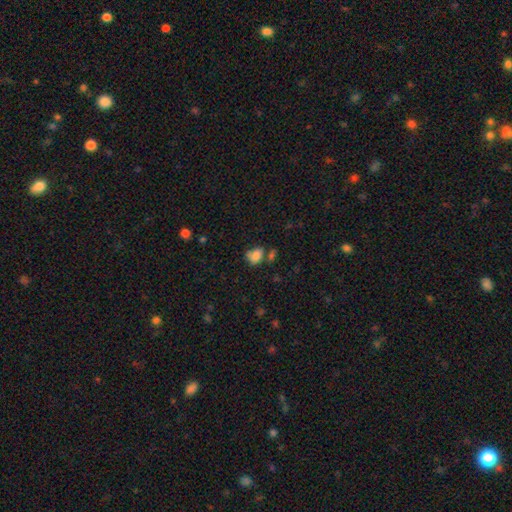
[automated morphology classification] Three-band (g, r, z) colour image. It shows a smooth galaxy with no disk features (78%) that is in between round and cigar-shaped (69%). Merging: none (44%).